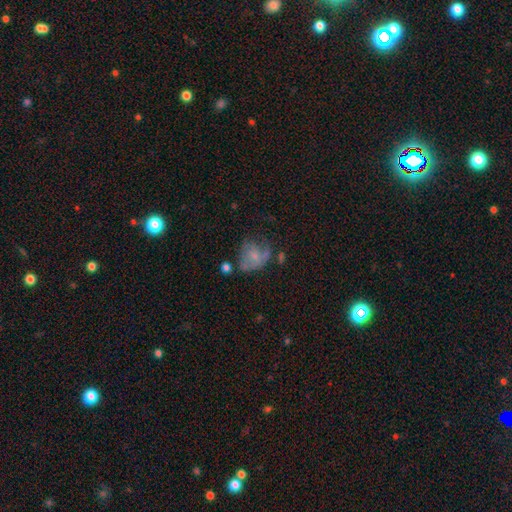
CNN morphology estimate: Smooth or featured: smooth — 56% (featured or disk — 33%)
How rounded: in between — 53% (round — 46%)
Merging: none — 32% (major disturbance — 31%)